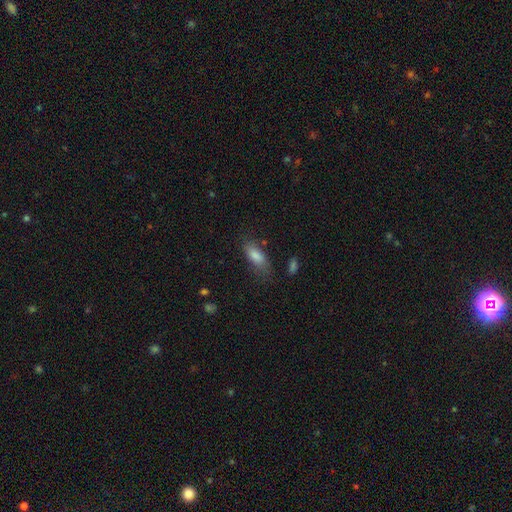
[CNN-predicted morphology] A smooth galaxy with no disk features (82%) that is in between round and cigar-shaped (78%). Merging: none (61%).